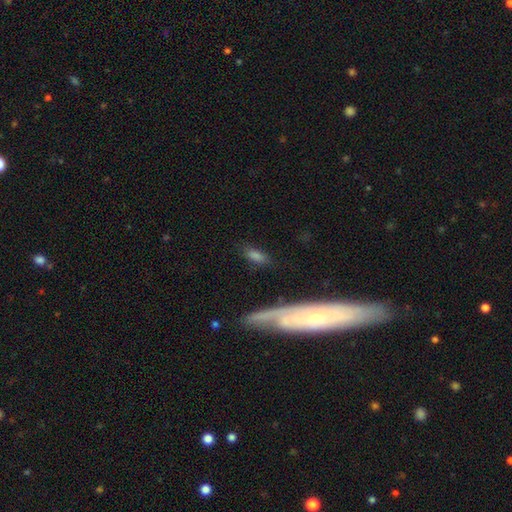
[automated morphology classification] A smooth galaxy with no disk features (65%) that is in between round and cigar-shaped (65%).

Vote fractions:
- Smooth or featured? smooth: 65% / featured or disk: 24% / star or artifact: 10%
- How rounded? in between: 65% / cigar-shaped: 29% / round: 5%
- Merging? none: 68% / minor disturbance: 17% / major disturbance: 8% / merger: 7%